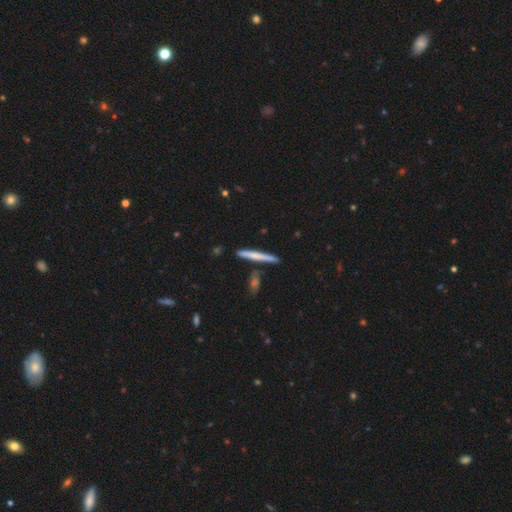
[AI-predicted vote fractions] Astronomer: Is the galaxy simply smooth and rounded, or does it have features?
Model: smooth — 57% (runner-up: featured or disk, 37%).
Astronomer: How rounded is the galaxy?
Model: cigar-shaped — 95%.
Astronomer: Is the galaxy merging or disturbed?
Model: none — 83%.